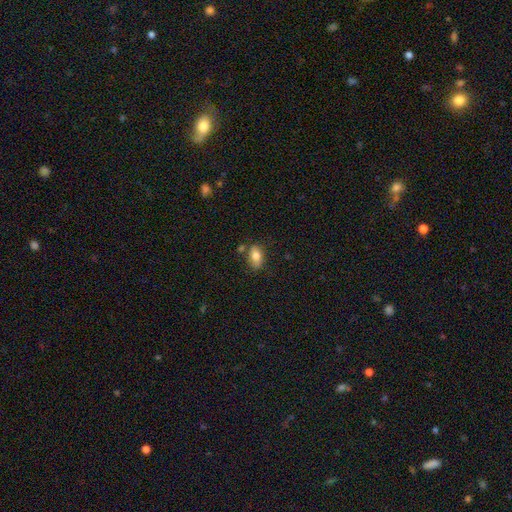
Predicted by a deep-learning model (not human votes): smooth_or_featured: smooth (p=0.79) [alt: featured or disk p=0.13]
how_rounded: in between (p=0.87) [alt: round p=0.10]
merging: none (p=0.70) [alt: minor disturbance p=0.17]